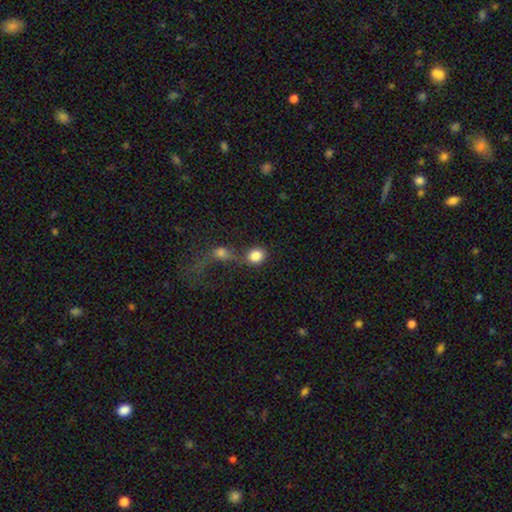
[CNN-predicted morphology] Smooth or featured? smooth (84%)
How rounded? round (78%)
Merging? none (47%)